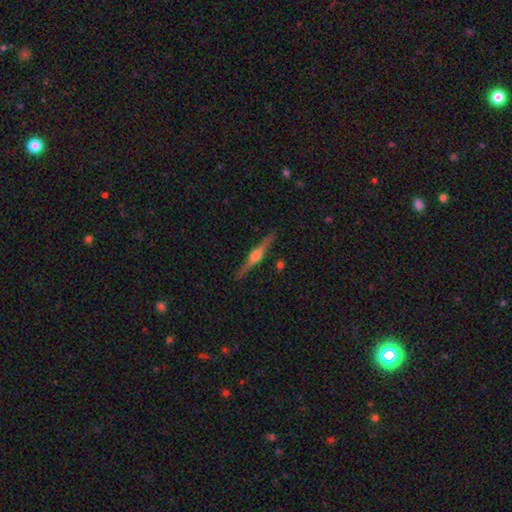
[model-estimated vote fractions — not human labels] A featured or disk galaxy (80%) viewed edge-on (98%) with a rounded central bulge (89%).

Vote fractions:
- Smooth or featured? featured or disk: 80% / smooth: 14% / star or artifact: 6%
- Edge-on disk? yes: 98% / no: 2%
- Edge-on bulge? rounded: 89% / boxy: 8% / none: 2%
- Merging? none: 90% / minor disturbance: 7% / major disturbance: 2% / merger: 1%